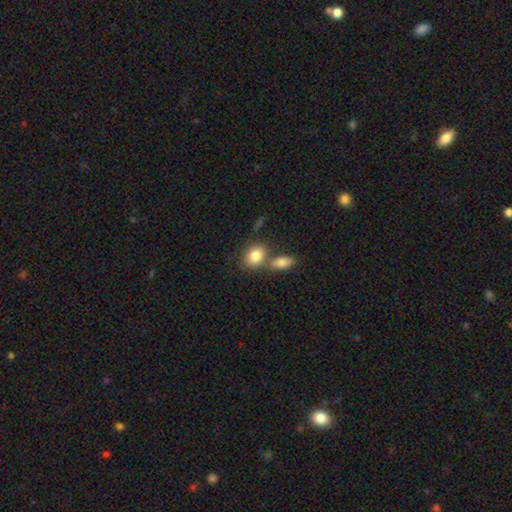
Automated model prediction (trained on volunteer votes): The model was most divided on "merging": none: 48%, merger: 37%, minor disturbance: 11%, major disturbance: 4%. More confident: smooth or featured — smooth (83%); how rounded — in between (57%).